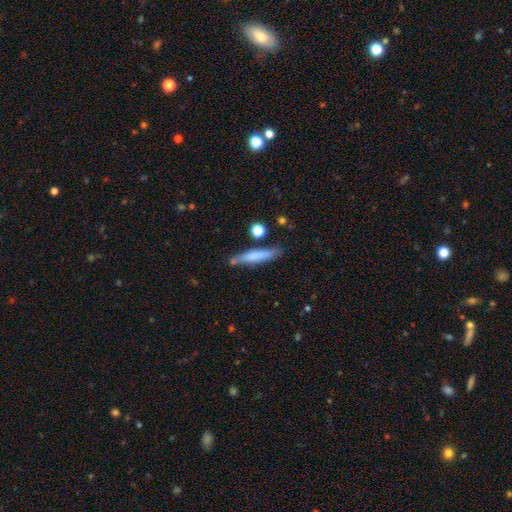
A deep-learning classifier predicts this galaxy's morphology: Smooth or featured?
  - smooth: 64% *
  - featured or disk: 29%
  - star or artifact: 7%
How rounded?
  - cigar-shaped: 90% *
  - in between: 8%
  - round: 2%
Merging?
  - none: 76% *
  - minor disturbance: 15%
  - merger: 5%
  - major disturbance: 3%